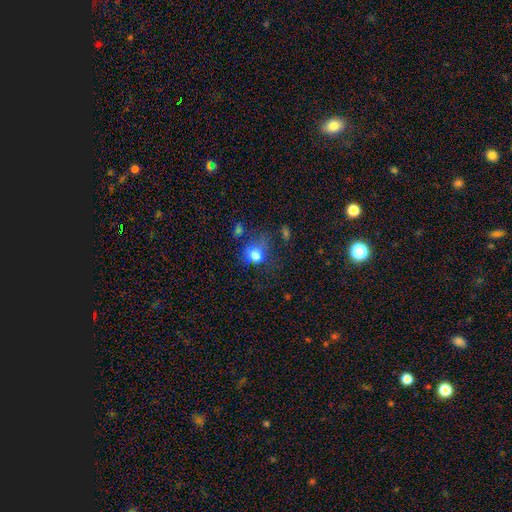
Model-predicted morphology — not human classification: type=smooth (76%); roundness=round (60%); merging=none (40%).